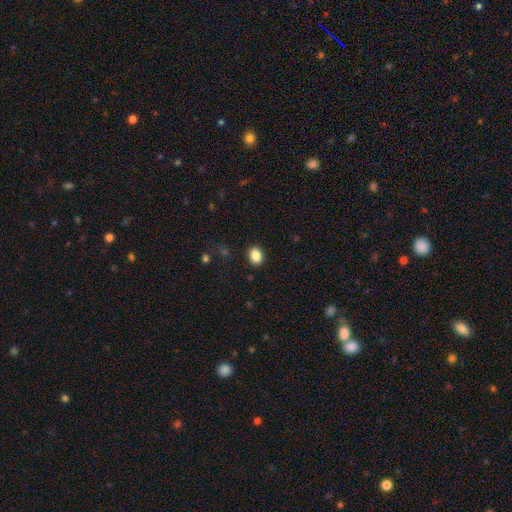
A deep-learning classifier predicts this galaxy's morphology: smooth 87%, star or artifact 9%, featured or disk 4%. Down the decision tree: how rounded — in between (65%); merging — none (89%).